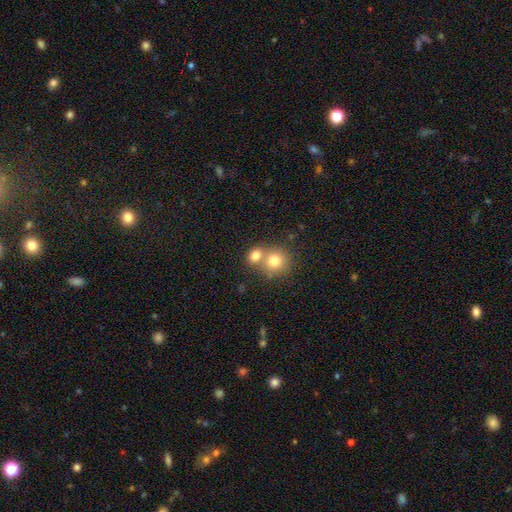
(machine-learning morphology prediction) Overall: smooth (78%). How rounded: round (65%; in between 33%). Merging: merger (52%; none 38%).